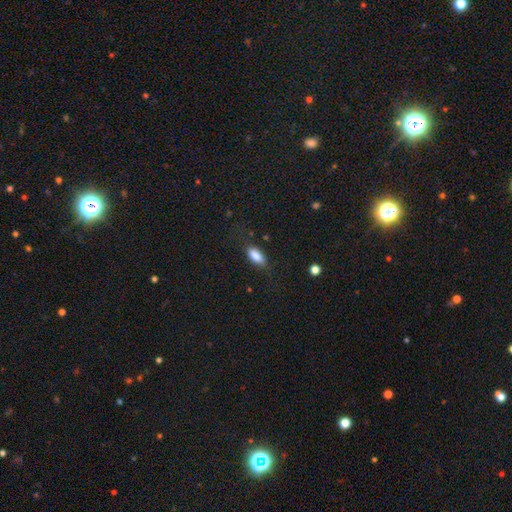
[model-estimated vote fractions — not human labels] Smooth or featured? smooth (86%)
How rounded? in between (85%)
Merging? none (73%)